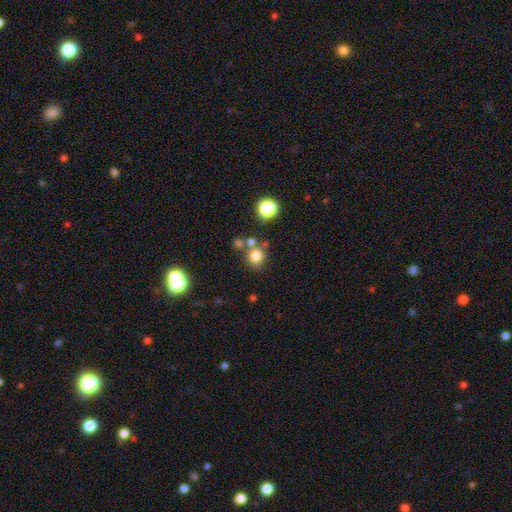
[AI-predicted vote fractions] Smooth or featured?
  - smooth: 77% *
  - star or artifact: 15%
  - featured or disk: 7%
How rounded?
  - round: 84% *
  - in between: 15%
  - cigar-shaped: 1%
Merging?
  - none: 66% *
  - merger: 19%
  - minor disturbance: 10%
  - major disturbance: 4%